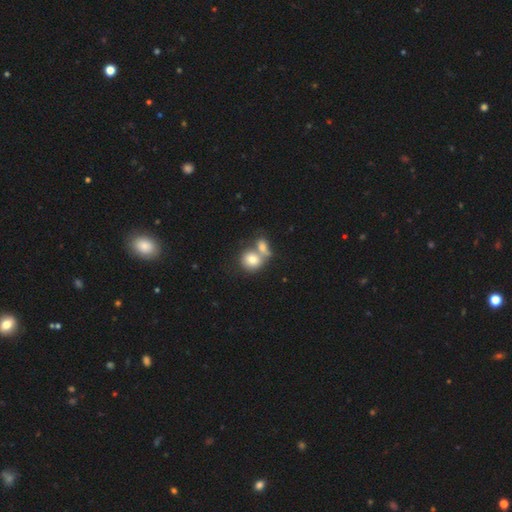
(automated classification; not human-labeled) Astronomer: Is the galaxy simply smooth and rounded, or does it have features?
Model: smooth — 73%.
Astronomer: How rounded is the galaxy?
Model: round — 68%.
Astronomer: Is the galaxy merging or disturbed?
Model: merger — 56% (runner-up: none, 33%).